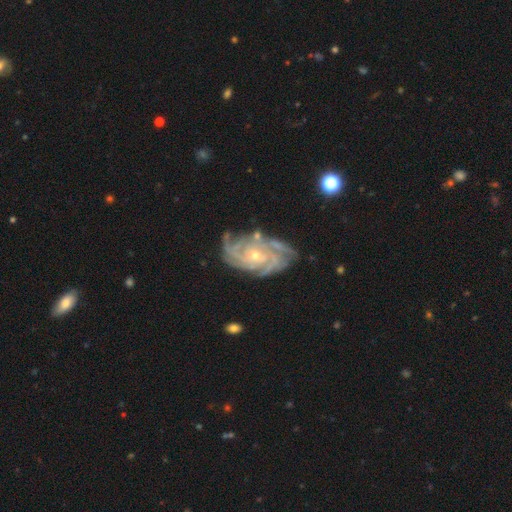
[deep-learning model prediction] Smooth or featured? featured or disk (91%)
Edge-on disk? no (97%)
Bar? no (70%)
Spiral arms? yes (98%)
Spiral winding? tight (73%)
Spiral arm count? 4 (33%)
Bulge size? small (67%)
Merging? none (73%)